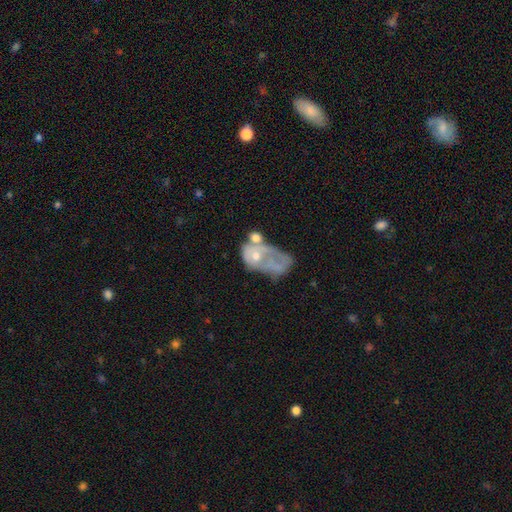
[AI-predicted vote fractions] featured or disk 55%, smooth 35%, star or artifact 10%. Down the decision tree: edge-on disk — no (96%); bar — no (86%); spiral arms — no (75%); bulge size — moderate (45%); merging — merger (37%).